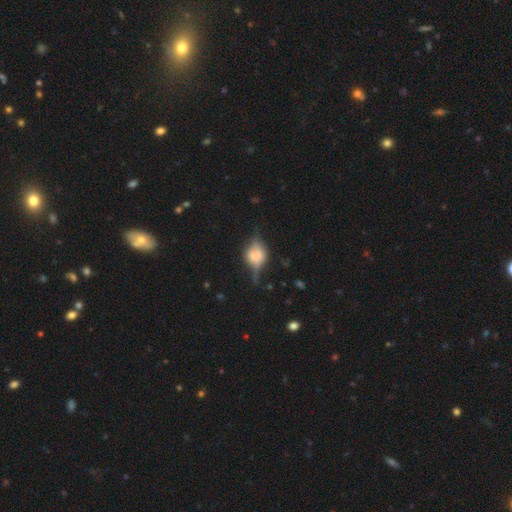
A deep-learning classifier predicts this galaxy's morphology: smooth_or_featured: featured or disk (p=0.63) [alt: smooth p=0.27]
disk_edge_on: yes (p=0.89) [alt: no p=0.11]
edge_on_bulge: rounded (p=0.87) [alt: boxy p=0.11]
merging: none (p=0.63) [alt: minor disturbance p=0.22]